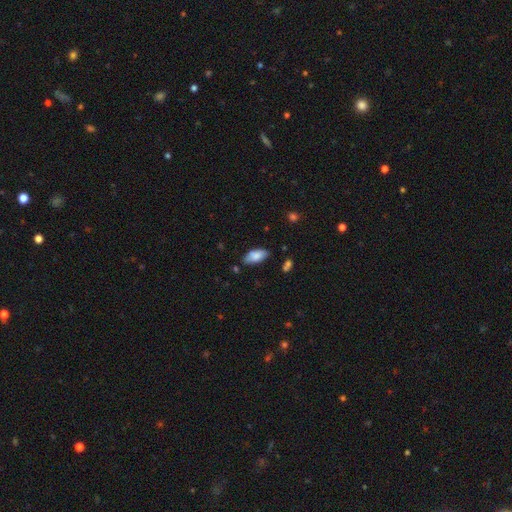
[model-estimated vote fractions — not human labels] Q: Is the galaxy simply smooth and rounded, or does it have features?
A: smooth — 82%.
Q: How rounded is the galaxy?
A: in between — 91%.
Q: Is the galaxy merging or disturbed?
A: none — 79%.